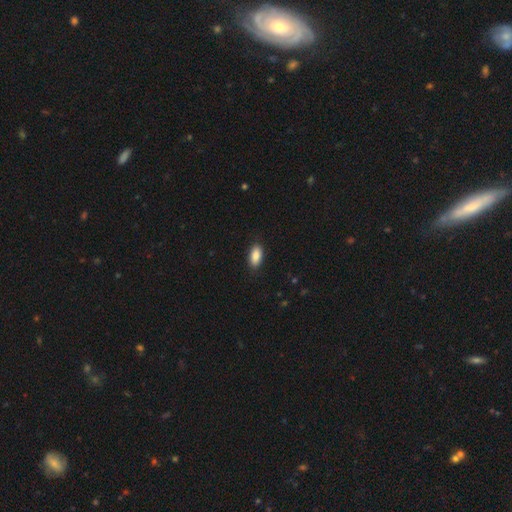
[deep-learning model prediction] This is clearly a smooth galaxy (88%). How rounded: clearly in between (91%). Merging: clearly none (87%).